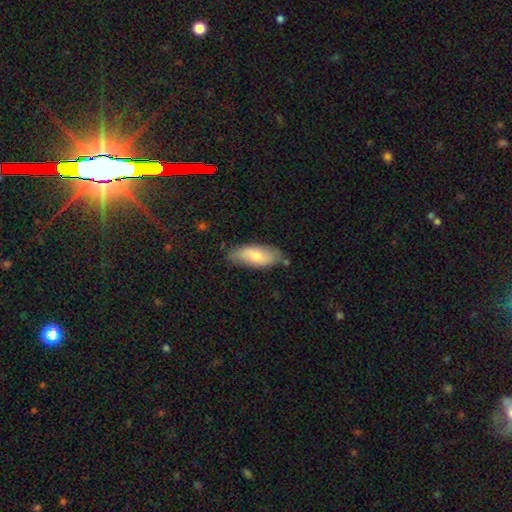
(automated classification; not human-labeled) Smooth or featured?
  - smooth: 73% *
  - featured or disk: 21%
  - star or artifact: 6%
How rounded?
  - in between: 82% *
  - cigar-shaped: 16%
  - round: 2%
Merging?
  - none: 71% *
  - minor disturbance: 22%
  - major disturbance: 4%
  - merger: 4%